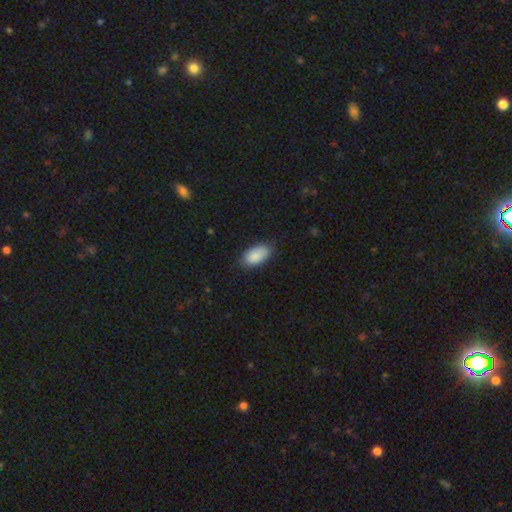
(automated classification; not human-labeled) smooth-or-featured: smooth: 89% | star or artifact: 6% | featured or disk: 5%
  how-rounded: in between: 94% | round: 3% | cigar-shaped: 3%
  merging: none: 81% | minor disturbance: 15% | major disturbance: 3% | merger: 1%